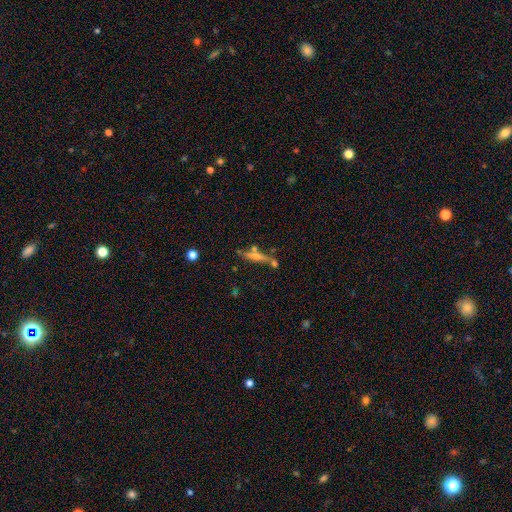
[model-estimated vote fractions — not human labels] smooth_or_featured: featured or disk (p=0.52) [alt: smooth p=0.38]
disk_edge_on: yes (p=0.86) [alt: no p=0.14]
merging: none (p=0.56) [alt: merger p=0.22]